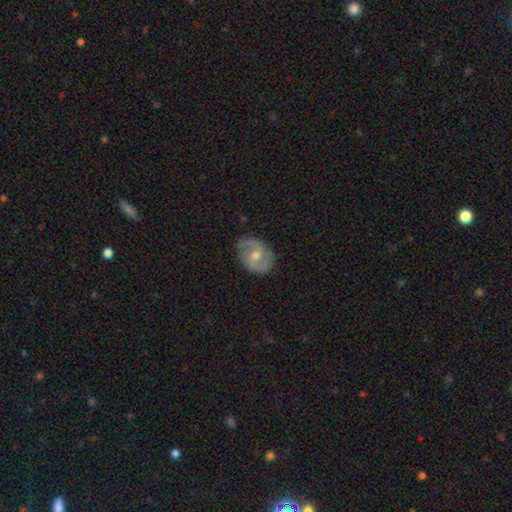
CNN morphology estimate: The model was most divided on "bar": no: 50%, weak: 40%, strong: 10%. Remaining: edge-on disk — no (97%); spiral arms — yes (88%); spiral arm count — 2 (84%); merging — none (78%); smooth or featured — featured or disk (76%); bulge size — moderate (66%); spiral winding — medium (48%).